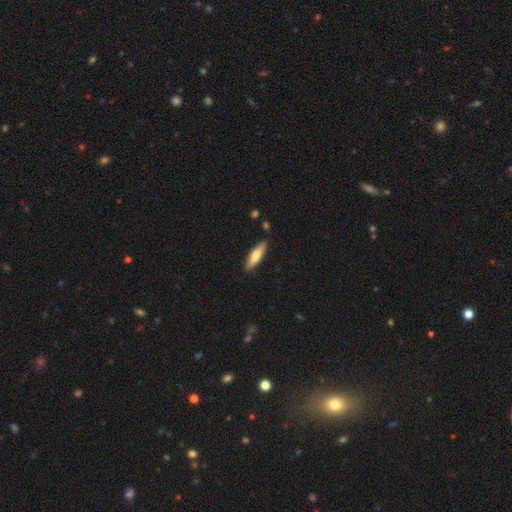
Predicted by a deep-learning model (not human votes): Smooth or featured: smooth — 65% (featured or disk — 30%)
How rounded: cigar-shaped — 68% (in between — 30%)
Merging: none — 88% (minor disturbance — 9%)